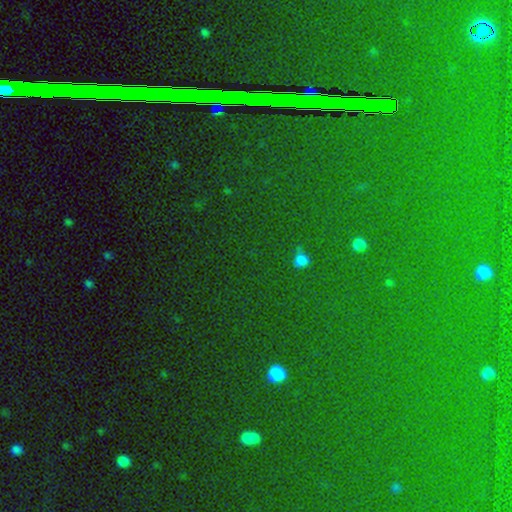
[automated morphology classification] star or artifact 83%, smooth 9%, featured or disk 8%.